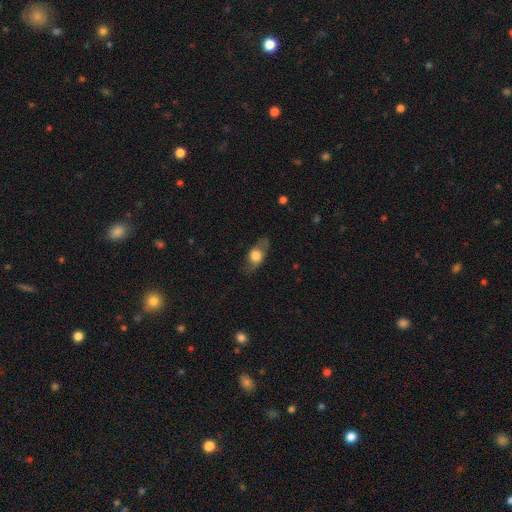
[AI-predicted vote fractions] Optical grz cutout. It shows a smooth galaxy with no disk features (57%) that is in between round and cigar-shaped (68%). Merging: none (73%).